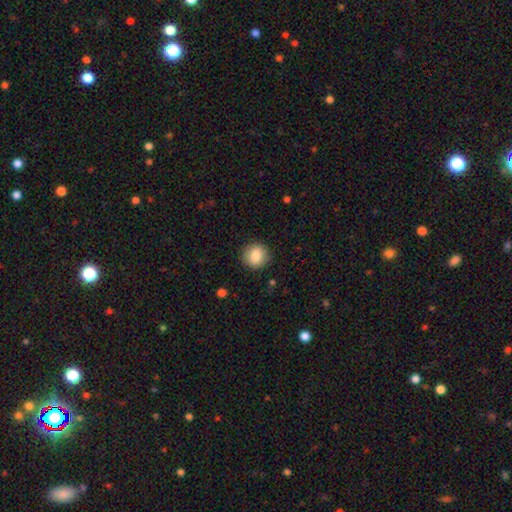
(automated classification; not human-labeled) A smooth galaxy with no disk features (84%) that is round (92%). Merging: none (91%).